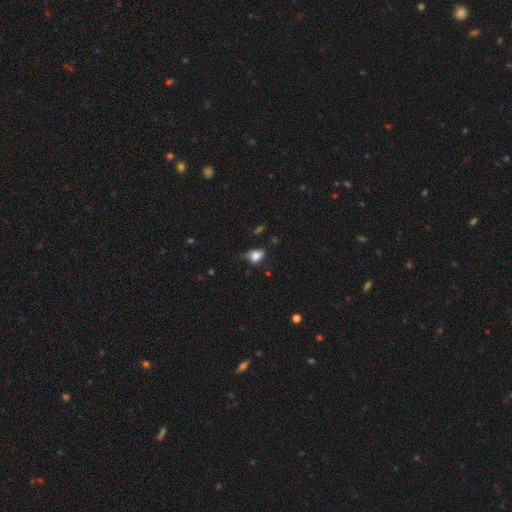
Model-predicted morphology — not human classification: smooth_or_featured: smooth (p=0.77) [alt: featured or disk p=0.13]
how_rounded: in between (p=0.76) [alt: round p=0.22]
merging: minor disturbance (p=0.42) [alt: none p=0.41]